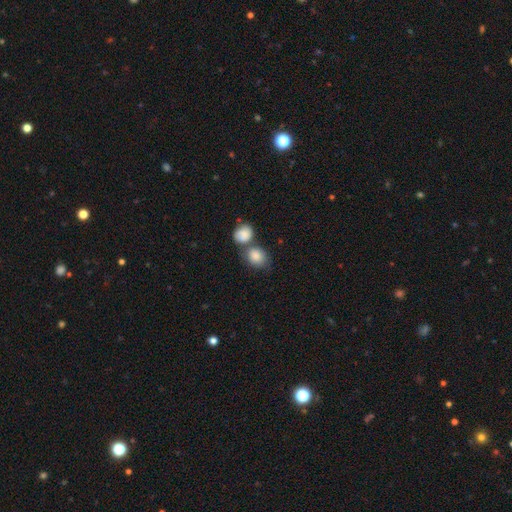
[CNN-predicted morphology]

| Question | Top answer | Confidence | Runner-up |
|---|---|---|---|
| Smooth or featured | smooth | 85% | featured or disk (9%) |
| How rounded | round | 52% | in between (47%) |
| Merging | merger | 51% | none (33%) |